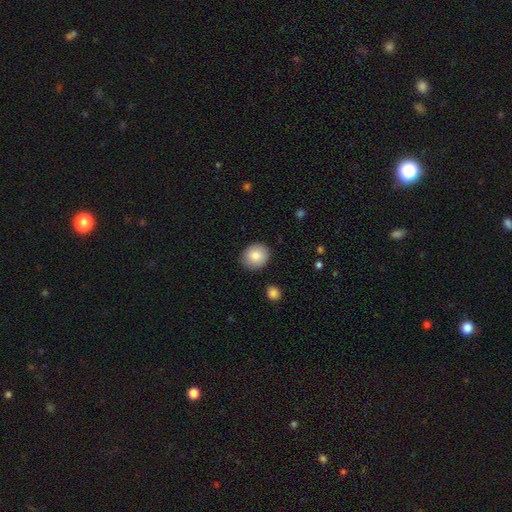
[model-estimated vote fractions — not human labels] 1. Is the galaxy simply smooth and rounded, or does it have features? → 84% smooth, 8% featured or disk, 8% star or artifact.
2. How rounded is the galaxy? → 77% round, 22% in between, 1% cigar-shaped.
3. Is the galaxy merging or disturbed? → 84% none, 12% minor disturbance, 2% major disturbance, 2% merger.